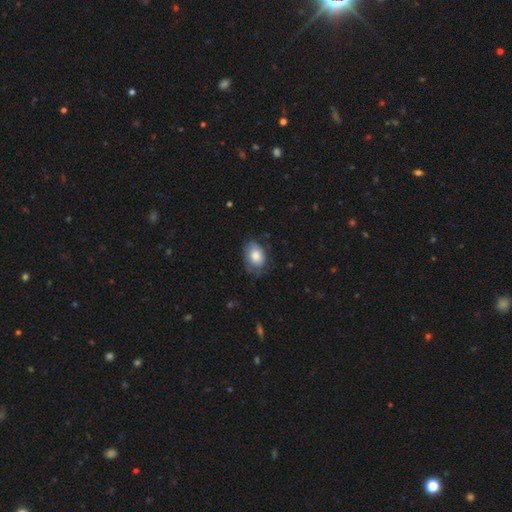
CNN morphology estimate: A smooth galaxy with no disk features (77%) that is in between round and cigar-shaped (80%).

Vote fractions:
- Smooth or featured? smooth: 77% / featured or disk: 16% / star or artifact: 7%
- How rounded? in between: 80% / round: 19% / cigar-shaped: 1%
- Merging? none: 64% / minor disturbance: 27% / major disturbance: 8% / merger: 1%